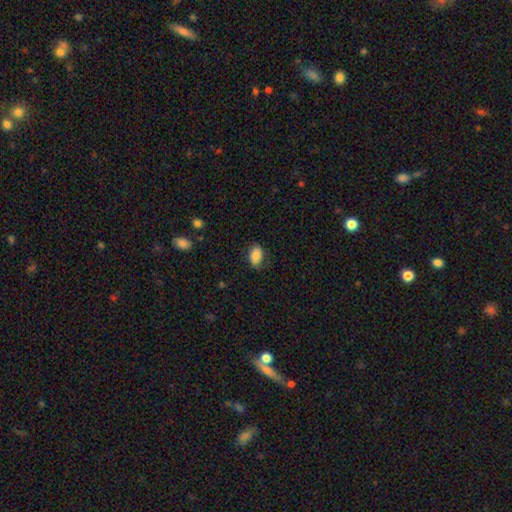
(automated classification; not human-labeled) A smooth galaxy with no disk features (86%) that is in between round and cigar-shaped (90%). Merging: none (76%).